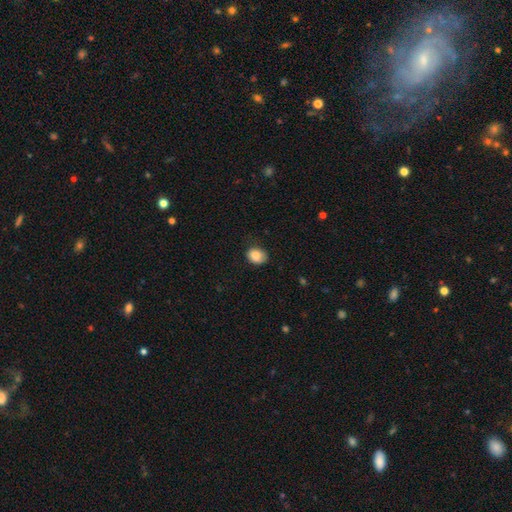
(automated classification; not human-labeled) Smooth or featured? Predicted: smooth (p=0.86). How rounded? Predicted: in between (p=0.59). Merging? Predicted: none (p=0.66).